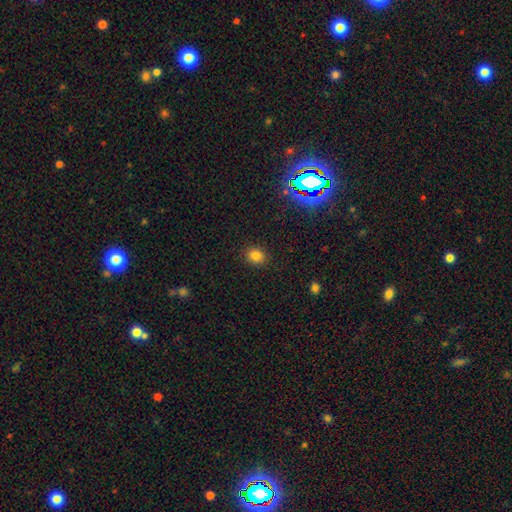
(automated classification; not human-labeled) smooth_or_featured: smooth (p=0.81) [alt: star or artifact p=0.14]
how_rounded: round (p=0.67) [alt: in between p=0.32]
merging: none (p=0.89) [alt: minor disturbance p=0.08]